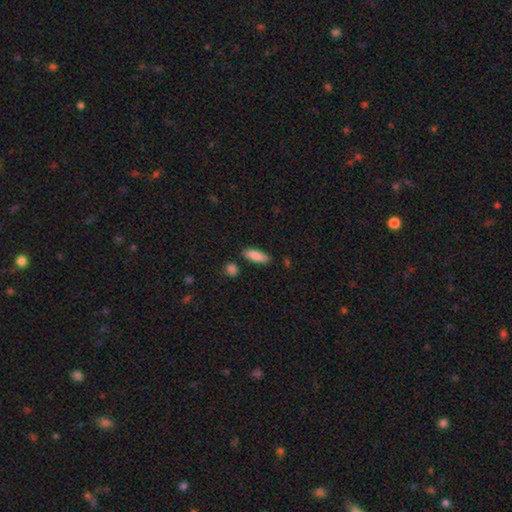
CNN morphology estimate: type=smooth (88%); roundness=in between (67%); merging=none (84%).